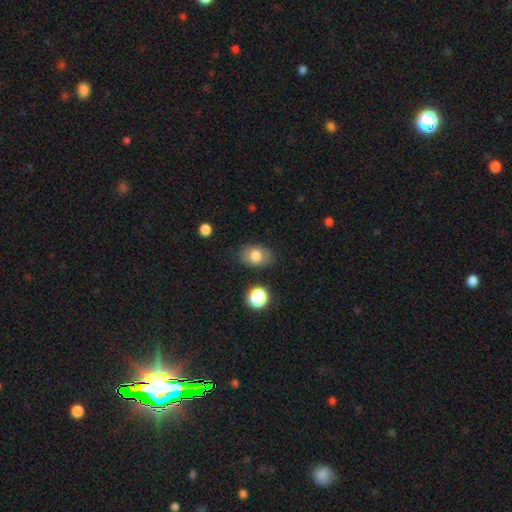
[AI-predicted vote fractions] Smooth or featured? Predicted: smooth (p=0.77). How rounded? Predicted: in between (p=0.75). Merging? Predicted: none (p=0.77).